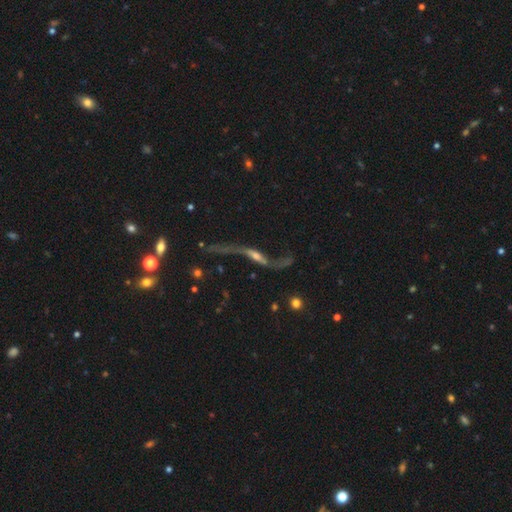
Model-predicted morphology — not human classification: Smooth or featured? Predicted: featured or disk (p=0.80). Edge-on disk? Predicted: no (p=0.70). Bar? Predicted: no (p=0.37). Spiral arms? Predicted: yes (p=0.84). Bulge size? Predicted: moderate (p=0.40). Merging? Predicted: none (p=0.41).